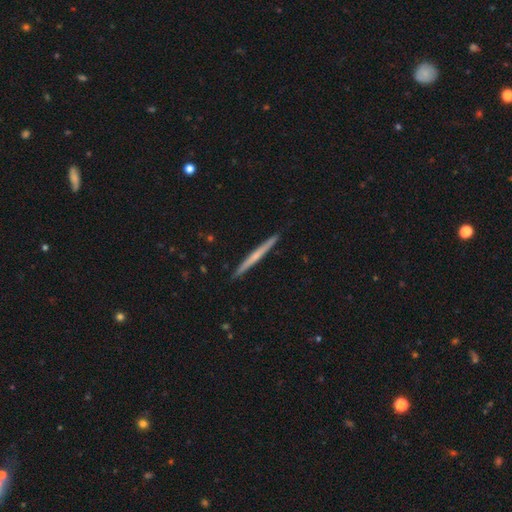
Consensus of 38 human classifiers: Smooth or featured? featured or disk (58%)
Edge-on disk? yes (100%)
Edge-on bulge? none (68%)
Merging? none (97%)